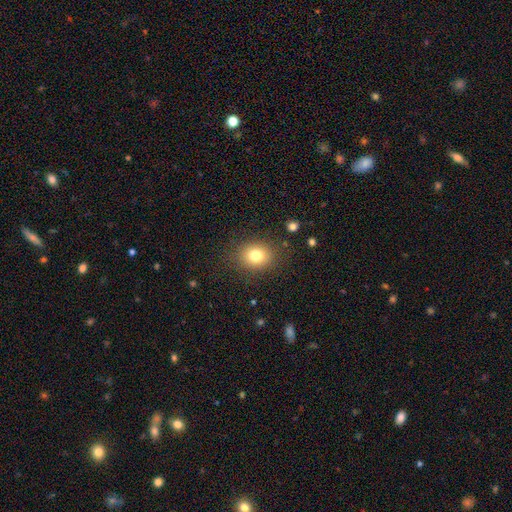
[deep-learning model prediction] This appears to be a smooth galaxy with no disk features (78%) that is round (60%). Merging: none (85%).